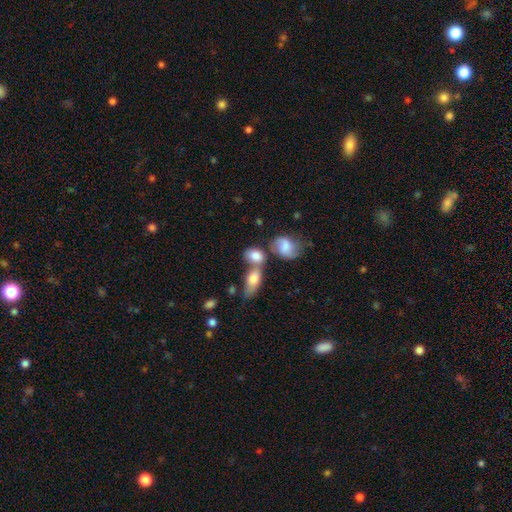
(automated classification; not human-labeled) Smooth or featured?
  - smooth: 75% *
  - featured or disk: 18%
  - star or artifact: 7%
How rounded?
  - in between: 75% *
  - round: 21%
  - cigar-shaped: 4%
Merging?
  - merger: 45% *
  - none: 36%
  - minor disturbance: 13%
  - major disturbance: 5%